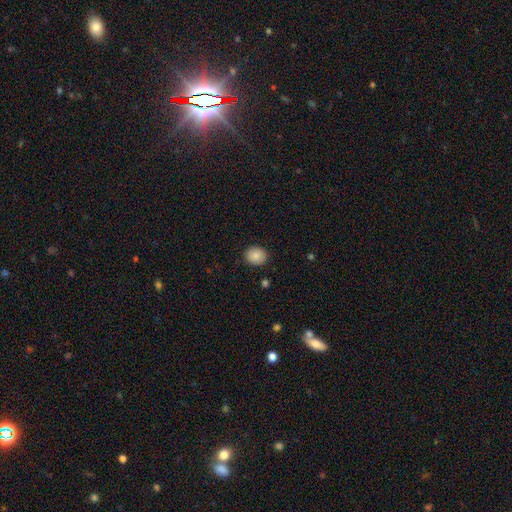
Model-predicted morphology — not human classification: This is clearly a smooth galaxy (86%). How rounded: likely round (71%). Merging: clearly none (89%).